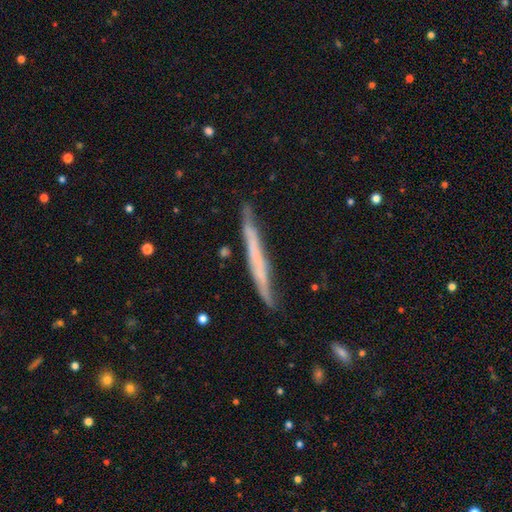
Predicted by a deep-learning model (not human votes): Smooth or featured? Predicted: featured or disk (p=0.53). Edge-on disk? Predicted: yes (p=0.93). Merging? Predicted: none (p=0.77).